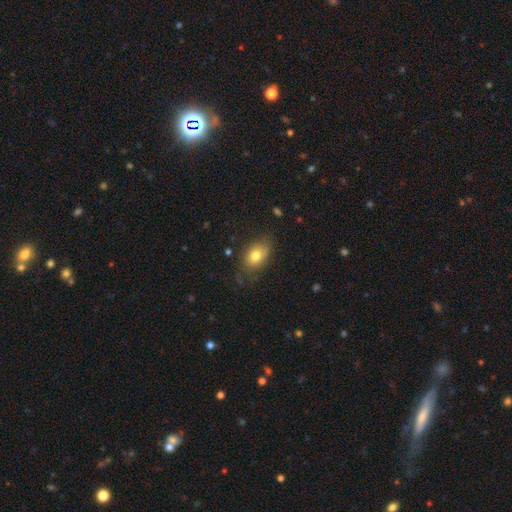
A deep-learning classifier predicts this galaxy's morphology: Smooth or featured: smooth — 77% (featured or disk — 14%)
How rounded: in between — 79% (round — 19%)
Merging: none — 68% (minor disturbance — 23%)